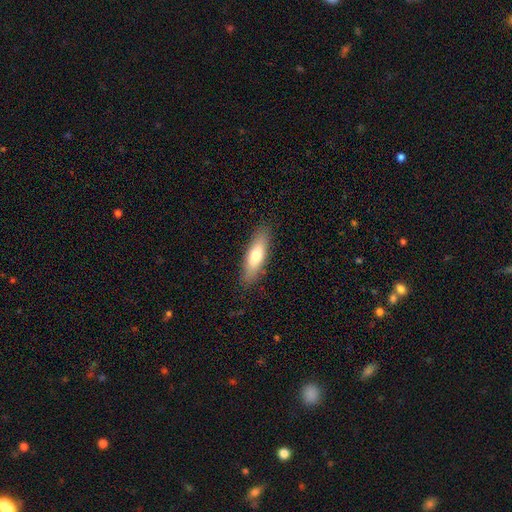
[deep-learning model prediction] Q: Smooth or featured?
A: smooth (68%); runner-up: featured or disk (26%)
Q: How rounded?
A: cigar-shaped (49%); runner-up: in between (48%)
Q: Merging?
A: none (87%); runner-up: minor disturbance (10%)